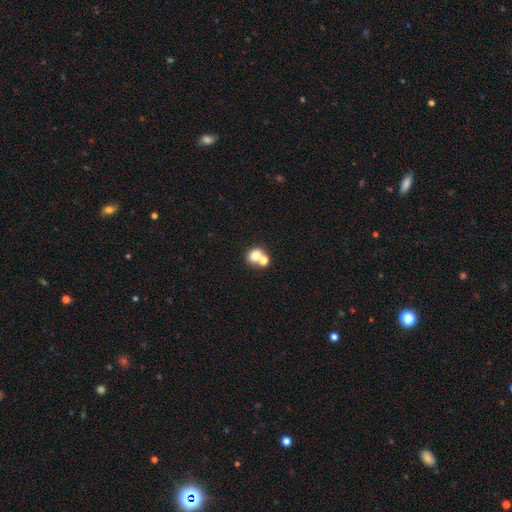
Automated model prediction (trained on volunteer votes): This is likely a smooth galaxy (74%). How rounded: likely round (60%). Merging: possibly merger (50%).